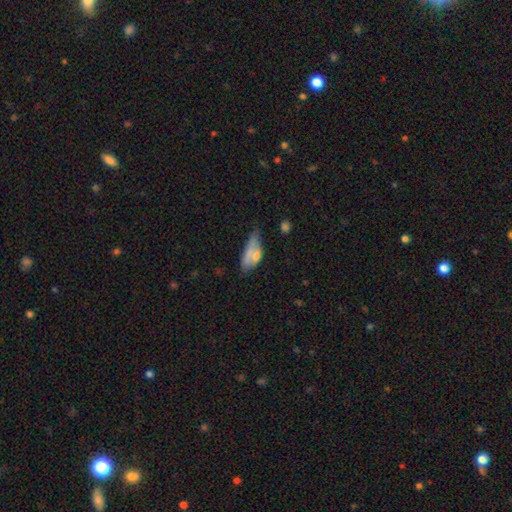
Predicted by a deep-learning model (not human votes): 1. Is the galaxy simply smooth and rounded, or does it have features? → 64% smooth, 26% featured or disk, 11% star or artifact.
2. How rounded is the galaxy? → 72% in between, 22% cigar-shaped, 5% round.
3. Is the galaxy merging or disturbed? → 39% none, 25% minor disturbance, 21% merger, 15% major disturbance.